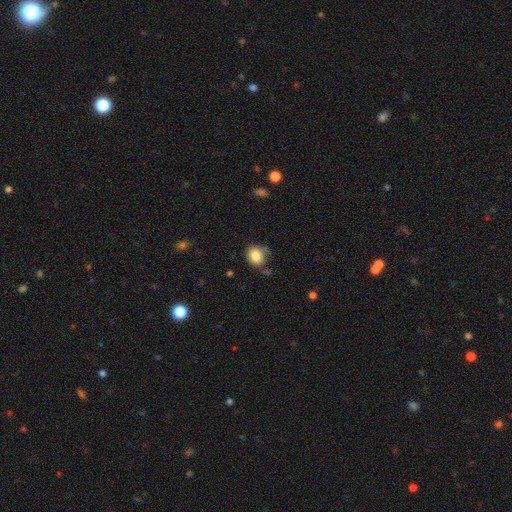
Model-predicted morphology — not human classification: Smooth or featured: smooth — 83% (star or artifact — 9%)
How rounded: round — 68% (in between — 31%)
Merging: none — 61% (minor disturbance — 24%)